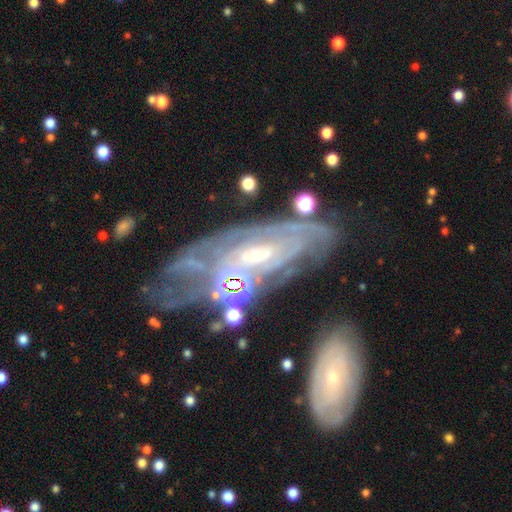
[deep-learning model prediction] Q: Smooth or featured?
A: featured or disk (82%); runner-up: smooth (9%)
Q: Edge-on disk?
A: no (88%); runner-up: yes (12%)
Q: Bar?
A: no (52%); runner-up: weak (33%)
Q: Spiral arms?
A: yes (81%); runner-up: no (19%)
Q: Spiral winding?
A: tight (66%); runner-up: medium (26%)
Q: Spiral arm count?
A: can't tell (58%); runner-up: 2 (16%)
Q: Bulge size?
A: small (60%); runner-up: moderate (29%)
Q: Merging?
A: none (52%); runner-up: minor disturbance (21%)